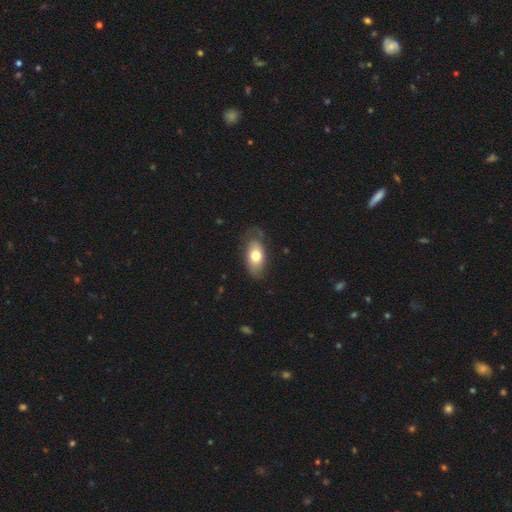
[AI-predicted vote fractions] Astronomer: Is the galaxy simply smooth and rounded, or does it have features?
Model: smooth — 72%.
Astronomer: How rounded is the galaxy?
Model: in between — 90%.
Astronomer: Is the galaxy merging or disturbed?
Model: none — 70%.